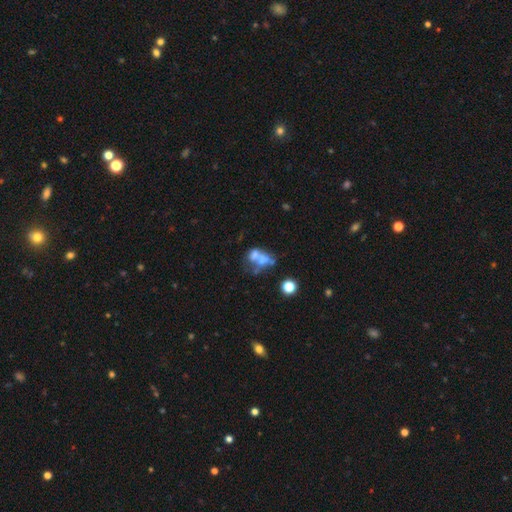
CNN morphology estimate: smooth_or_featured: featured or disk (p=0.44) [alt: smooth p=0.39]
merging: merger (p=0.49) [alt: none p=0.22]